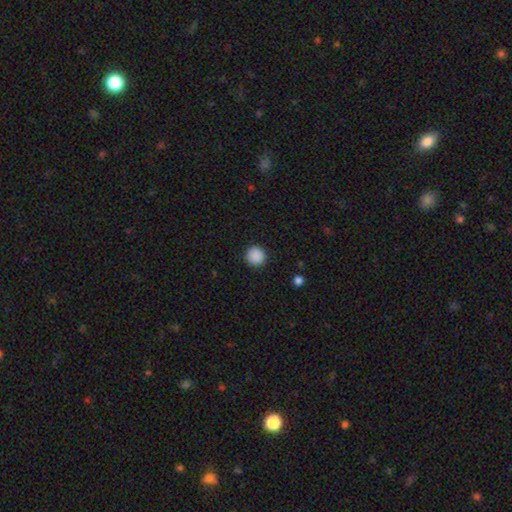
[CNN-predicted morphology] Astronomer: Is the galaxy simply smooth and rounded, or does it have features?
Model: smooth — 89%.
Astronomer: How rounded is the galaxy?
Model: round — 95%.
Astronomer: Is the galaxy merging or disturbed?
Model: none — 92%.